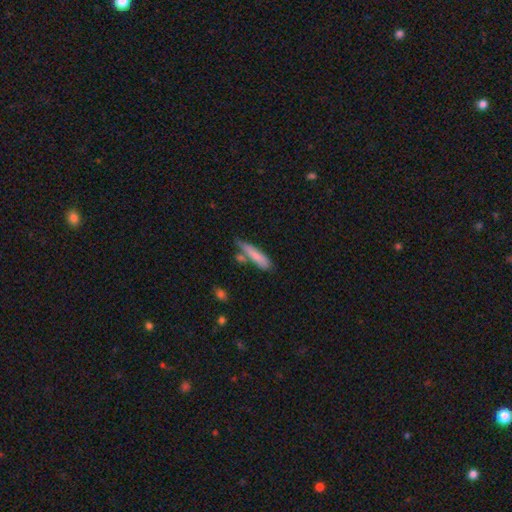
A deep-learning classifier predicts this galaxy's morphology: The model was most divided on "merging": none: 58%, minor disturbance: 22%, merger: 14%, major disturbance: 6%. More confident: how rounded — cigar-shaped (81%); smooth or featured — smooth (78%).